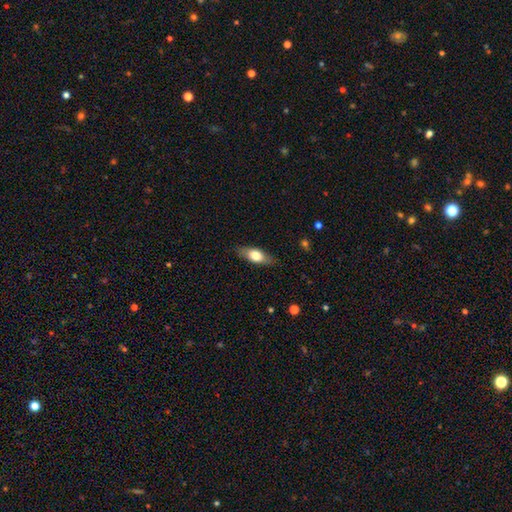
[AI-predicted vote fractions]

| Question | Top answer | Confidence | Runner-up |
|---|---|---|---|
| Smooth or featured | smooth | 65% | featured or disk (28%) |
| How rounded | in between | 73% | cigar-shaped (23%) |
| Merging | none | 82% | minor disturbance (14%) |